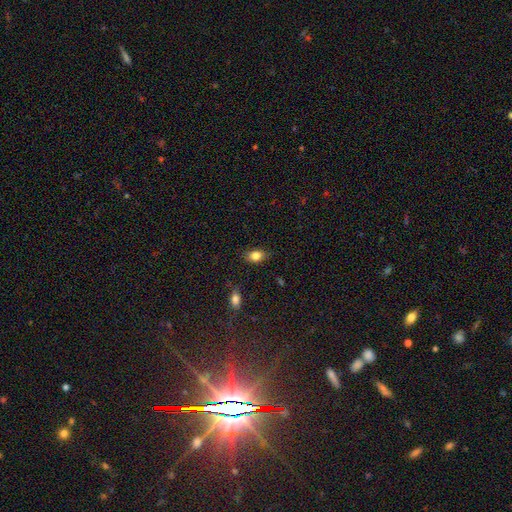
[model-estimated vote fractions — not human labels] The model was most divided on "how rounded": in between: 80%, round: 18%, cigar-shaped: 2%. More confident: merging — none (83%); smooth or featured — smooth (82%).